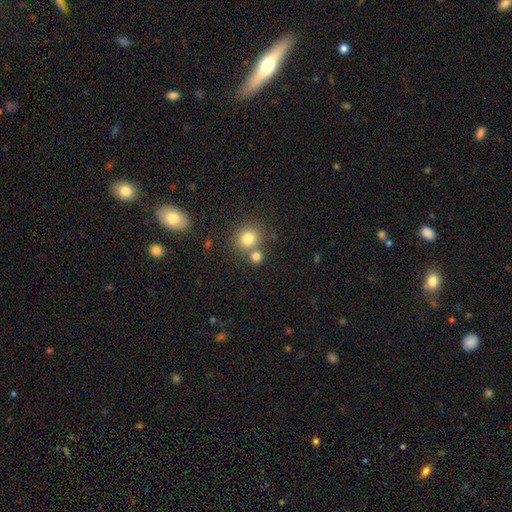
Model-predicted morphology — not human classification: A smooth galaxy with no disk features (79%) that is round (84%).

Vote fractions:
- Smooth or featured? smooth: 79% / star or artifact: 13% / featured or disk: 8%
- How rounded? round: 84% / in between: 15% / cigar-shaped: 1%
- Merging? none: 65% / merger: 24% / minor disturbance: 8% / major disturbance: 3%